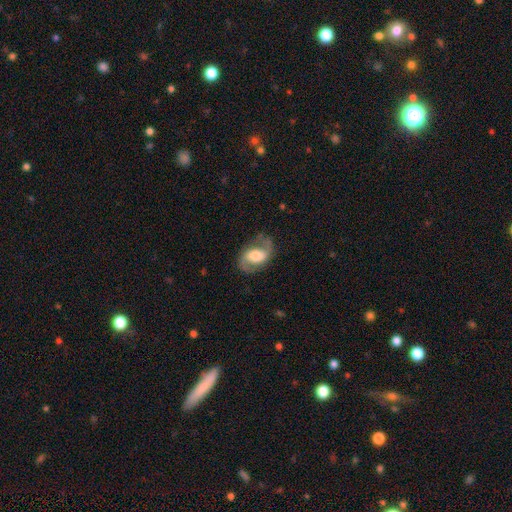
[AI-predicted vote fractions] Smooth or featured? Predicted: featured or disk (p=0.79). Edge-on disk? Predicted: no (p=0.97). Bar? Predicted: weak (p=0.44). Spiral arms? Predicted: yes (p=0.93). Spiral winding? Predicted: medium (p=0.47). Spiral arm count? Predicted: 2 (p=0.92). Bulge size? Predicted: moderate (p=0.46). Merging? Predicted: none (p=0.75).